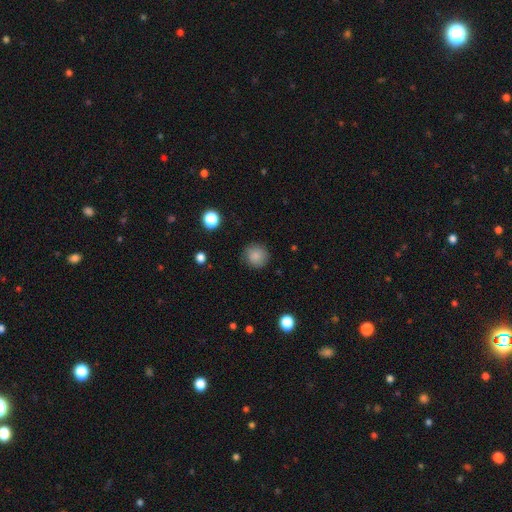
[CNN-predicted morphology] This is clearly a smooth galaxy (84%). How rounded: clearly round (92%). Merging: clearly none (85%).